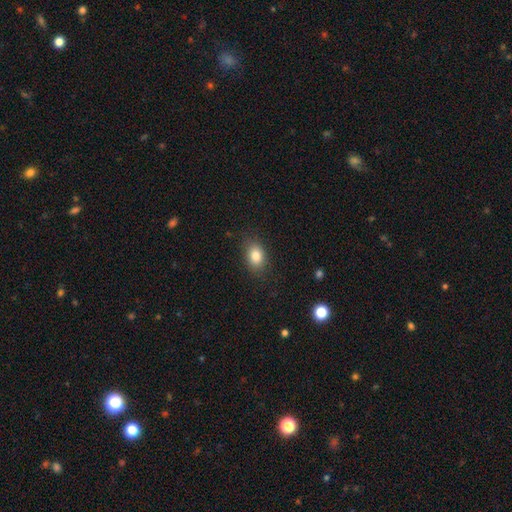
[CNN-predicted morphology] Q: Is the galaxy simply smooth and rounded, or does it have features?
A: smooth — 82%.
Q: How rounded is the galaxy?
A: in between — 69%.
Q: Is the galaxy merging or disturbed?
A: none — 84%.